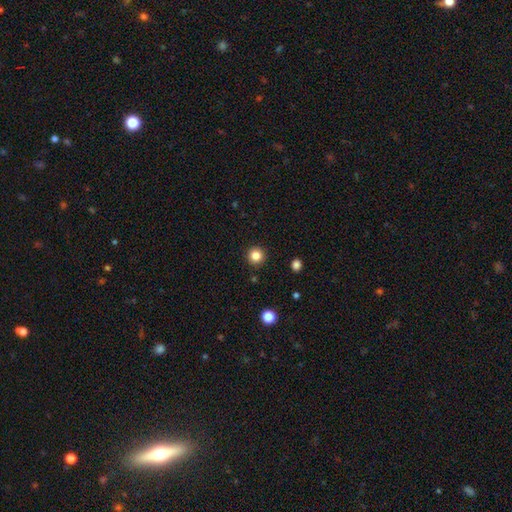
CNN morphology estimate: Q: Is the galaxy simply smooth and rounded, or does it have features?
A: smooth — 84%.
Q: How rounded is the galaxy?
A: round — 95%.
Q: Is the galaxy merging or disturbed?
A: none — 92%.